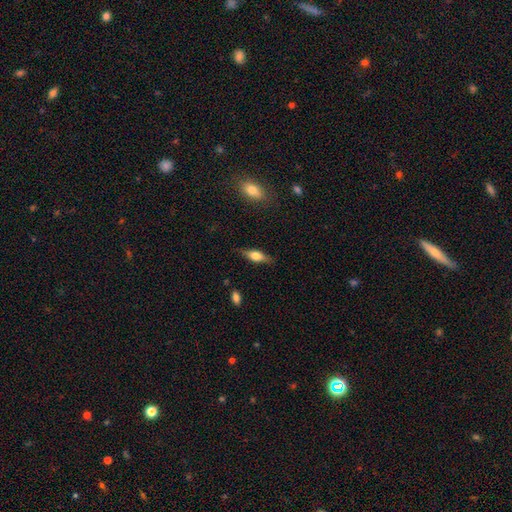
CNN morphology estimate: Smooth or featured? smooth (53%)
How rounded? in between (60%)
Merging? none (82%)